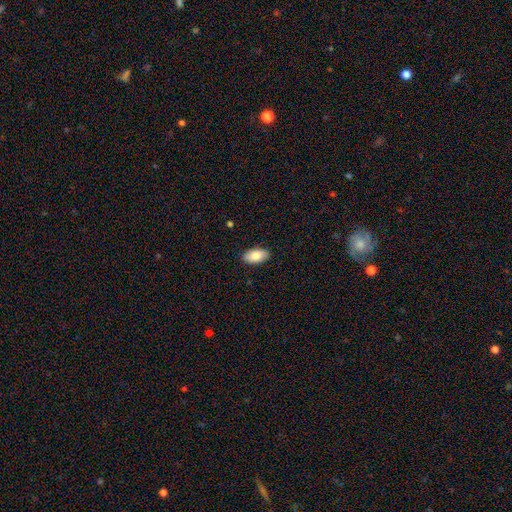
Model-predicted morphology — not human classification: This appears to be a smooth galaxy with no disk features (84%) that is in between round and cigar-shaped (94%). Merging: none (89%).